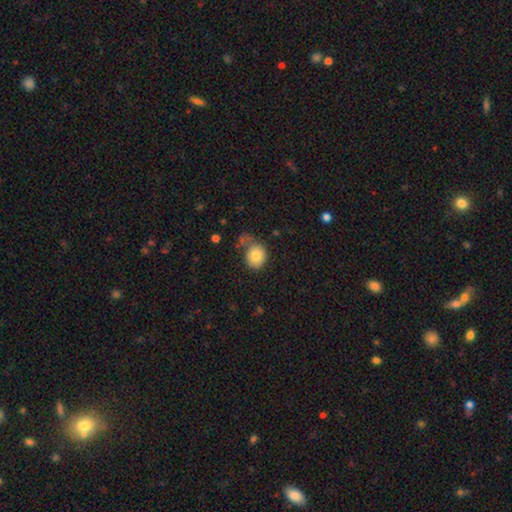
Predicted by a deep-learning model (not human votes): Q: Smooth or featured?
A: smooth (80%); runner-up: featured or disk (11%)
Q: How rounded?
A: round (62%); runner-up: in between (37%)
Q: Merging?
A: none (50%); runner-up: minor disturbance (23%)